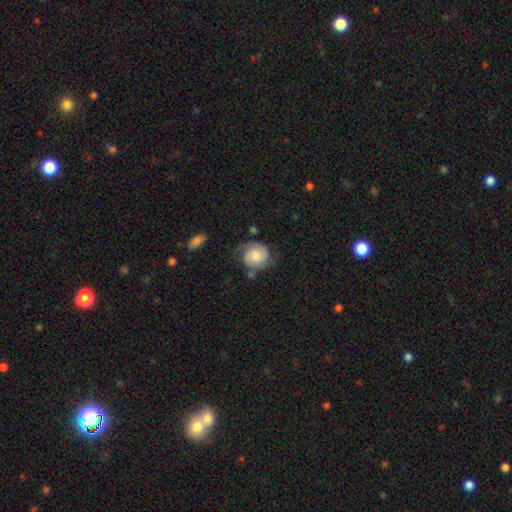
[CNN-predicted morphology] Smooth or featured?
  - featured or disk: 57% *
  - smooth: 36%
  - star or artifact: 7%
Edge-on disk?
  - no: 98% *
  - yes: 2%
Bar?
  - no: 70% *
  - weak: 26%
  - strong: 4%
Spiral arms?
  - yes: 91% *
  - no: 9%
Spiral winding?
  - tight: 50% *
  - medium: 36%
  - loose: 14%
Spiral arm count?
  - 2: 75% *
  - can't tell: 11%
  - 1: 10%
  - 3: 3%
  - 4: 1%
  - more than 4: 1%
Bulge size?
  - moderate: 35% *
  - small: 27%
  - large: 20%
  - none: 14%
  - dominant: 4%
Merging?
  - none: 57% *
  - minor disturbance: 25%
  - major disturbance: 14%
  - merger: 4%